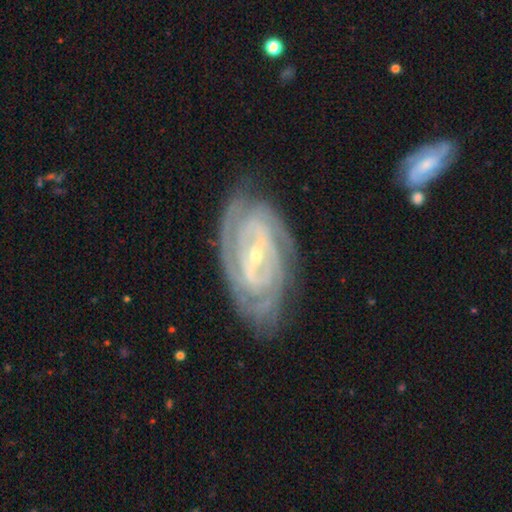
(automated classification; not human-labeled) This is clearly a featured or disk galaxy (88%). It is clearly not viewed edge-on (95%). Bar: marginally strong (43%). Spiral arm pattern: clearly yes (95%). Spiral arm count: marginally 2 (37%). Spiral winding: likely tight (76%). Central bulge: likely small (73%). Merging: likely none (76%).